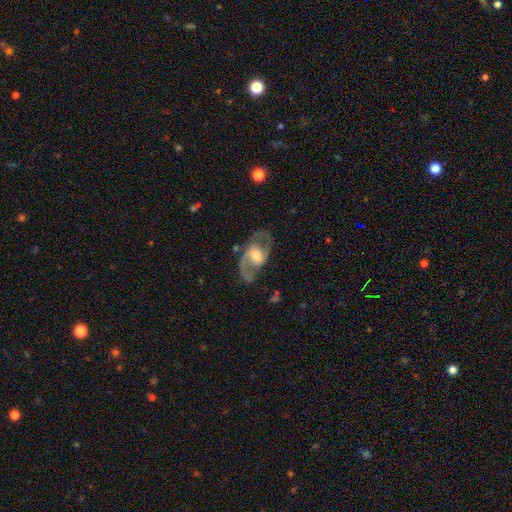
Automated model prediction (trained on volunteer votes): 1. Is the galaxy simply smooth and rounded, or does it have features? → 85% featured or disk, 10% smooth, 5% star or artifact.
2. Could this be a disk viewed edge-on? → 95% no, 5% yes.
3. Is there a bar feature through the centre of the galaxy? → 45% weak, 39% no, 16% strong.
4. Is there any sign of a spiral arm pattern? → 92% yes, 8% no.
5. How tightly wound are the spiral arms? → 56% medium, 29% loose, 15% tight.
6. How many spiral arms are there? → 90% 2, 4% can't tell, 2% 1, 1% 3, 1% 4, 1% more than 4.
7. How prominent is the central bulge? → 57% moderate, 27% small, 12% large, 2% none, 1% dominant.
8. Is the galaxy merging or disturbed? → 78% none, 13% minor disturbance, 8% major disturbance, 2% merger.